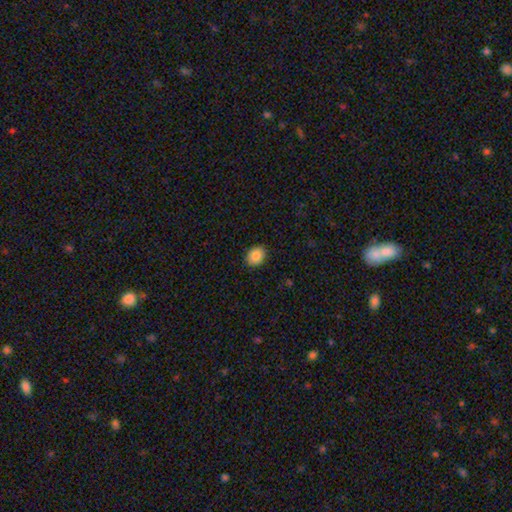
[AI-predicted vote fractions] Smooth or featured? Predicted: smooth (p=0.86). How rounded? Predicted: round (p=0.51). Merging? Predicted: none (p=0.89).